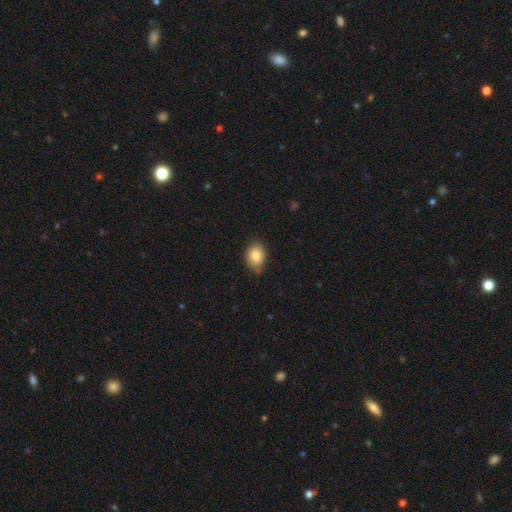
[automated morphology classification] smooth 83%, star or artifact 9%, featured or disk 8%. Down the decision tree: how rounded — in between (57%); merging — none (76%).